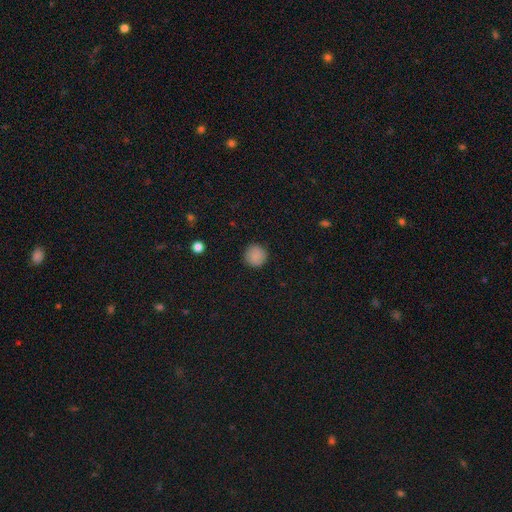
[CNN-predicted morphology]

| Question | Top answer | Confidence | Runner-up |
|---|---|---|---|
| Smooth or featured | smooth | 87% | star or artifact (9%) |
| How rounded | round | 95% | in between (4%) |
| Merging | none | 91% | minor disturbance (6%) |